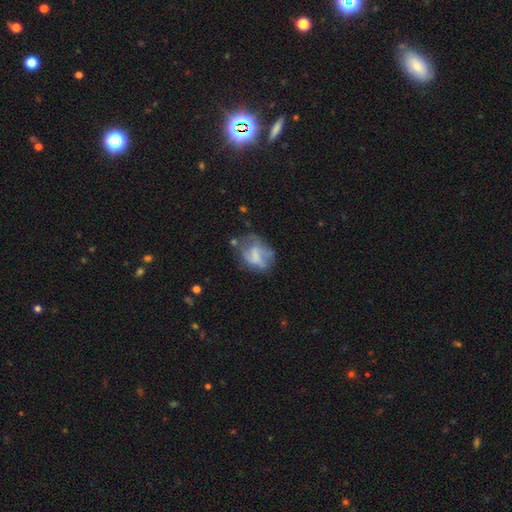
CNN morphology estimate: featured or disk 48%, smooth 42%, star or artifact 10%. Down the decision tree: merging — none (41%).